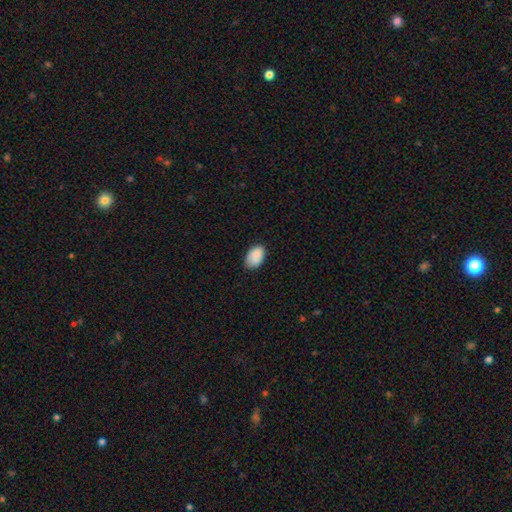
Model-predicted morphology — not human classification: This is clearly a smooth galaxy (87%). How rounded: clearly in between (90%). Merging: likely none (72%).